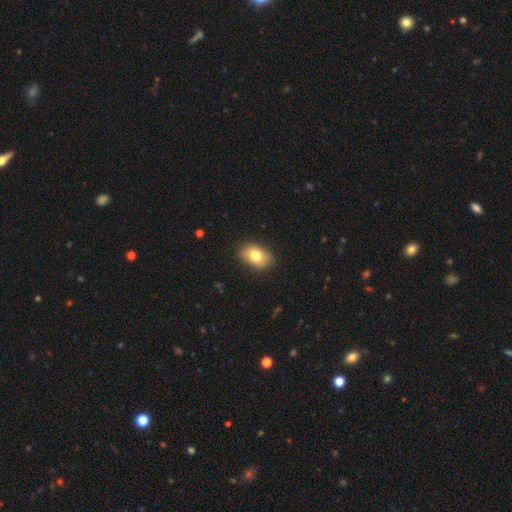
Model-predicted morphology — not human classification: Smooth or featured?
  - smooth: 80% *
  - featured or disk: 12%
  - star or artifact: 8%
How rounded?
  - in between: 85% *
  - round: 14%
  - cigar-shaped: 1%
Merging?
  - none: 85% *
  - minor disturbance: 11%
  - major disturbance: 2%
  - merger: 1%